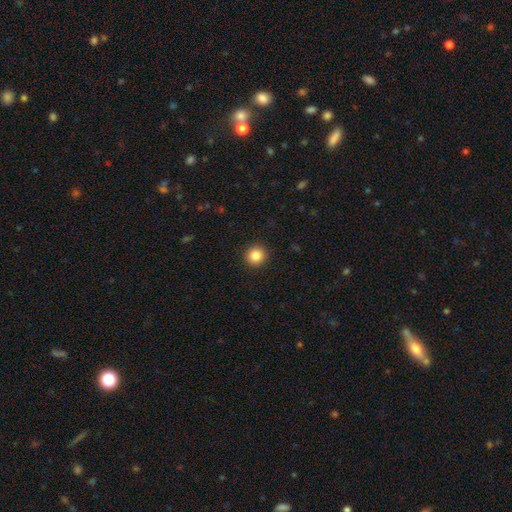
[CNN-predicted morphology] Smooth or featured: smooth — 86% (star or artifact — 10%)
How rounded: round — 94% (in between — 5%)
Merging: none — 92% (minor disturbance — 5%)